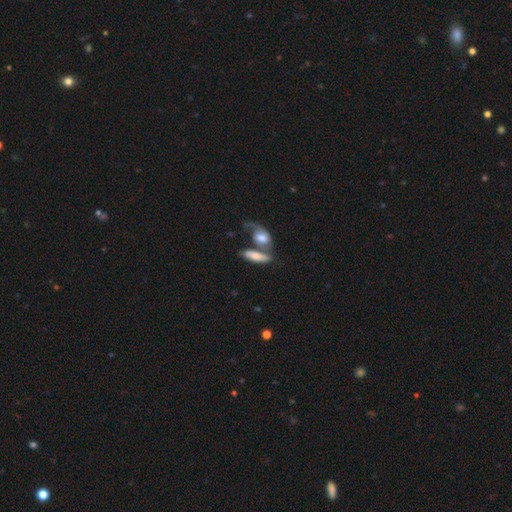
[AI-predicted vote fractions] smooth_or_featured: smooth (p=0.67) [alt: featured or disk p=0.26]
how_rounded: in between (p=0.64) [alt: cigar-shaped p=0.31]
merging: merger (p=0.52) [alt: none p=0.27]